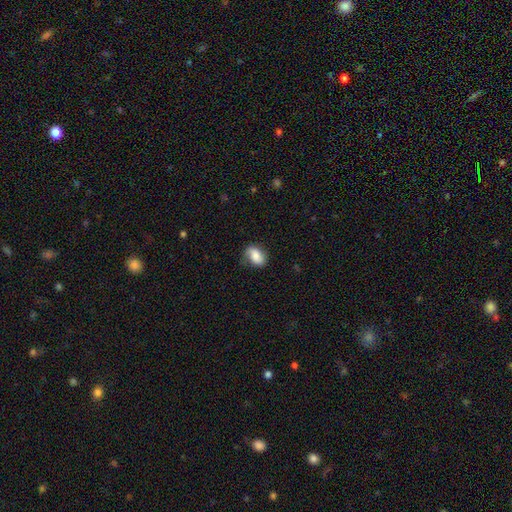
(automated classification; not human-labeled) Q: Smooth or featured?
A: smooth (70%); runner-up: featured or disk (22%)
Q: How rounded?
A: in between (83%); runner-up: round (15%)
Q: Merging?
A: none (62%); runner-up: minor disturbance (27%)